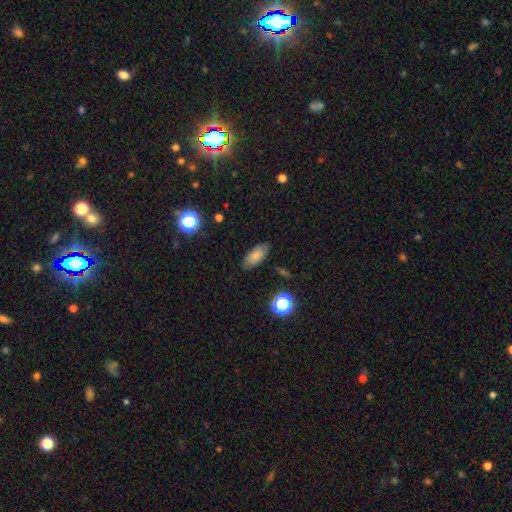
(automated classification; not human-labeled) Overall: smooth (75%). How rounded: in between (88%). Merging: none (80%).